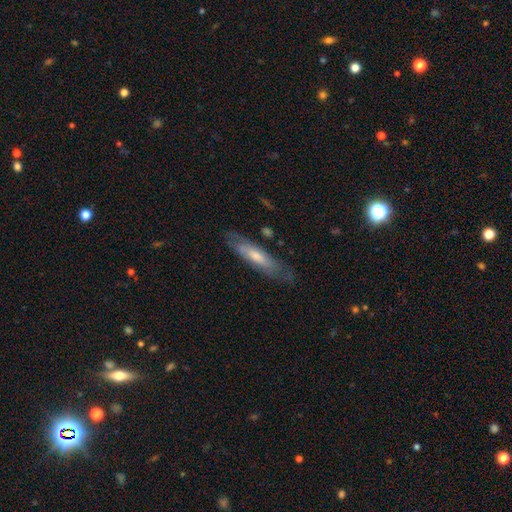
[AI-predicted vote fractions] The model was most divided on "smooth or featured": featured or disk: 49%, smooth: 44%, star or artifact: 6%. More confident: merging — none (75%).